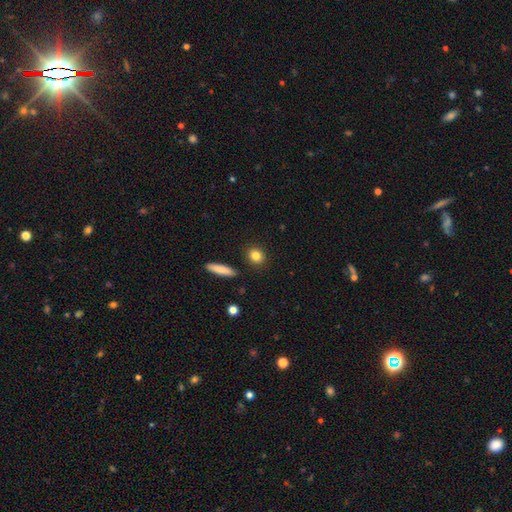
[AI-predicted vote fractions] Q: Smooth or featured?
A: smooth (84%); runner-up: star or artifact (9%)
Q: How rounded?
A: round (72%); runner-up: in between (24%)
Q: Merging?
A: none (89%); runner-up: minor disturbance (7%)